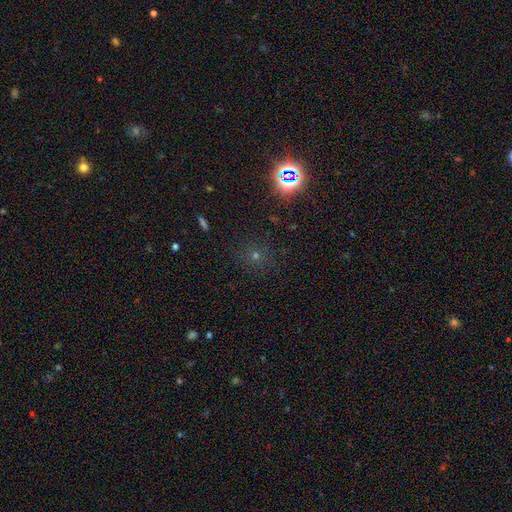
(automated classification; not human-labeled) The model was most divided on "smooth or featured": star or artifact: 47%, smooth: 44%, featured or disk: 10%.